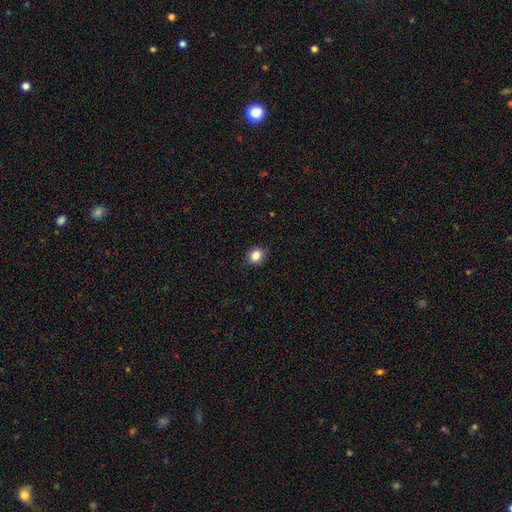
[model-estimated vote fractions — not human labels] Overall: smooth (85%). How rounded: round (58%; in between 41%). Merging: none (86%).